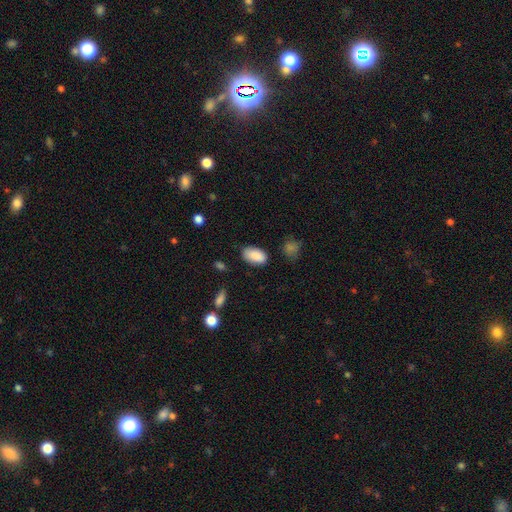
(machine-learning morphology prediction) This appears to be a smooth galaxy with no disk features (88%) that is in between round and cigar-shaped (94%). Merging: none (79%).